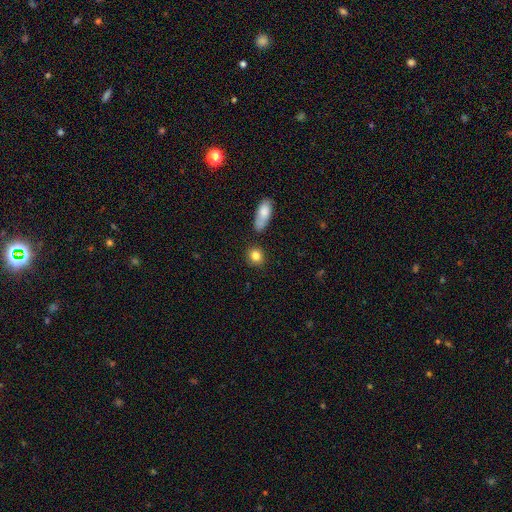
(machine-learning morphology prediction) This appears to be a smooth galaxy with no disk features (84%) that is round (75%). Merging: none (82%).